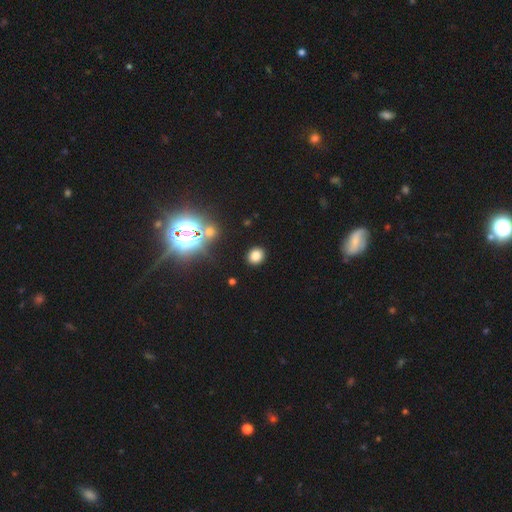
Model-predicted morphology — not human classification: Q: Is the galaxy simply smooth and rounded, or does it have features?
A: smooth — 78%.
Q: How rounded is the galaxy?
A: round — 70%.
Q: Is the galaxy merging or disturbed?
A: none — 90%.